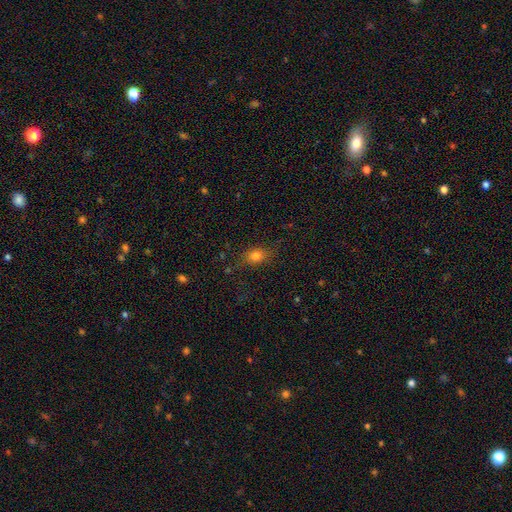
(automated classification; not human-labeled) Q: Smooth or featured?
A: smooth (77%); runner-up: star or artifact (13%)
Q: How rounded?
A: in between (56%); runner-up: round (40%)
Q: Merging?
A: none (77%); runner-up: minor disturbance (16%)